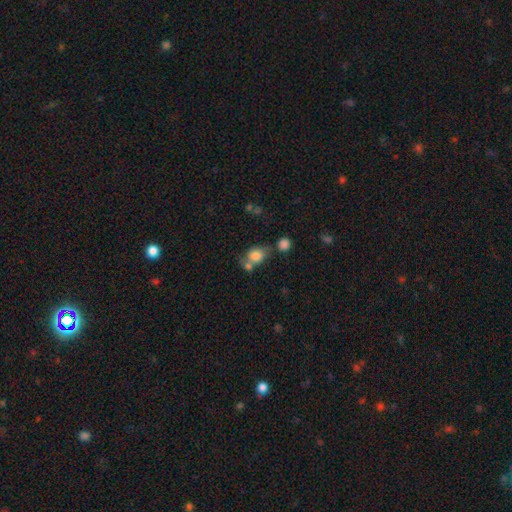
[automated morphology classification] smooth-or-featured: smooth: 79% | featured or disk: 11% | star or artifact: 10%
  how-rounded: round: 51% | in between: 47% | cigar-shaped: 2%
  merging: none: 43% | merger: 35% | minor disturbance: 15% | major disturbance: 7%